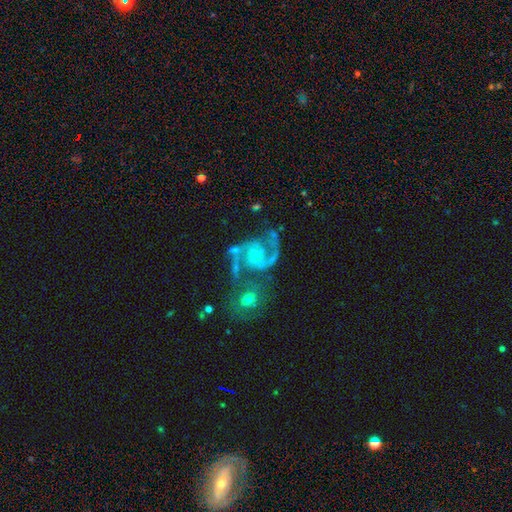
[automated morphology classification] smooth_or_featured: featured or disk (p=0.88) [alt: star or artifact p=0.06]
disk_edge_on: no (p=0.98) [alt: yes p=0.02]
bar: no (p=0.64) [alt: weak p=0.29]
has_spiral_arms: yes (p=0.97) [alt: no p=0.03]
spiral_winding: medium (p=0.57) [alt: loose p=0.26]
spiral_arm_count: 2 (p=0.89) [alt: 1 p=0.03]
bulge_size: small (p=0.59) [alt: none p=0.26]
merging: none (p=0.42) [alt: merger p=0.24]